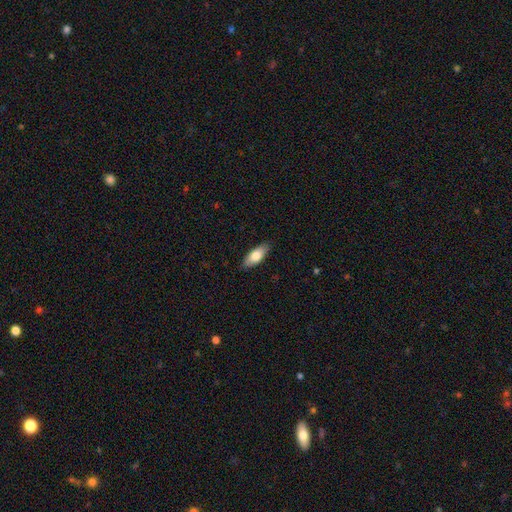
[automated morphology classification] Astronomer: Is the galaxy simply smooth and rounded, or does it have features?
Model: smooth — 76%.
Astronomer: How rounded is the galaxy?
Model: in between — 77%.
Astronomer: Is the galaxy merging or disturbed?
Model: none — 87%.